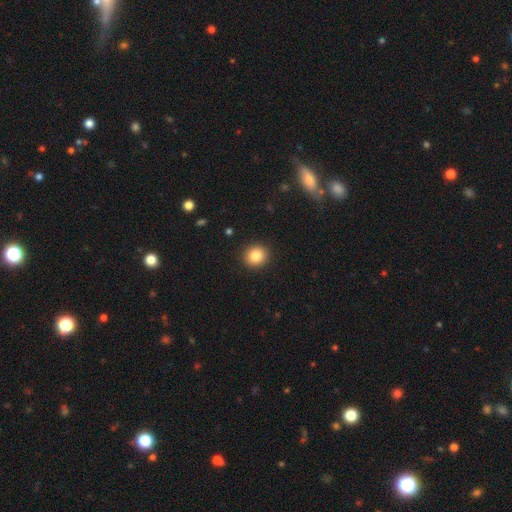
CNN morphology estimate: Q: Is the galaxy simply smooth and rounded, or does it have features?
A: smooth — 84%.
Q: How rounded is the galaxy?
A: round — 88%.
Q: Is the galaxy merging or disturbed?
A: none — 92%.